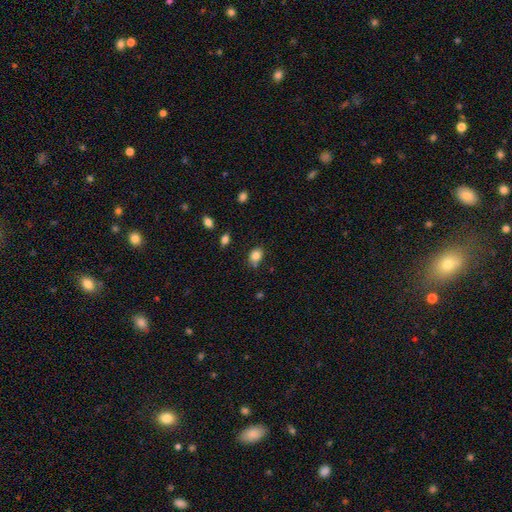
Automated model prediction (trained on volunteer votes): Morphology: type=smooth (82%); roundness=in between (66%); merging=none (70%).